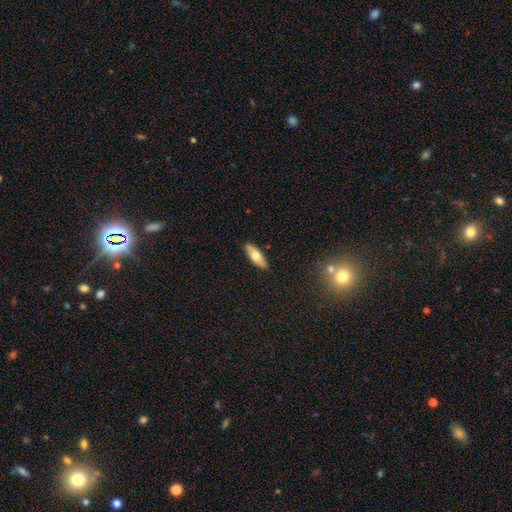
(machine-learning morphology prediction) Overall: smooth (68%). How rounded: in between (64%; cigar-shaped 34%). Merging: none (89%).